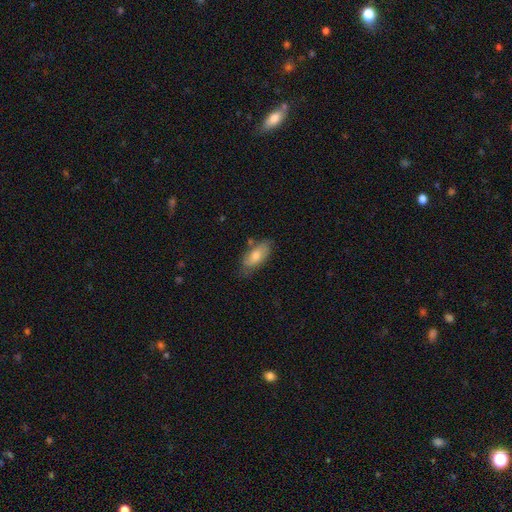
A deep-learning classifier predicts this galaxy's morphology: Smooth or featured? smooth (66%)
How rounded? in between (87%)
Merging? none (69%)